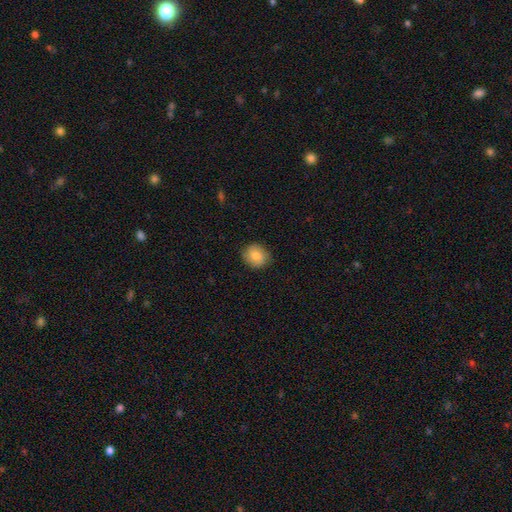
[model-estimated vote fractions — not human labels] Overall: smooth (82%). How rounded: round (77%). Merging: none (85%).